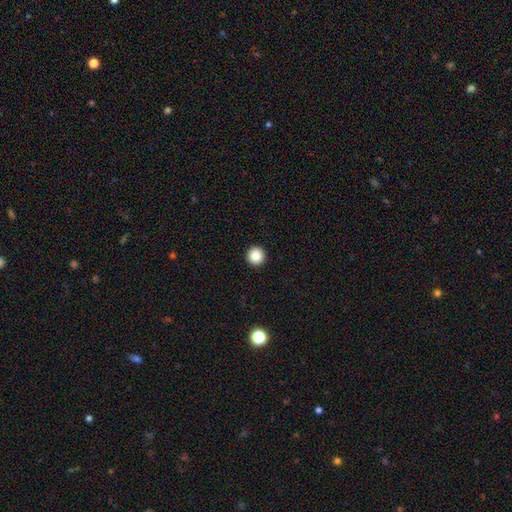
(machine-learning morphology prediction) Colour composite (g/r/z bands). It shows a smooth galaxy with no disk features (85%) that is round (96%). Merging: none (94%).